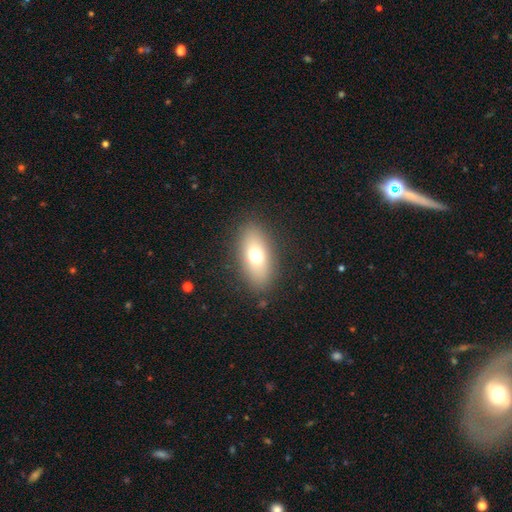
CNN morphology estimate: Smooth or featured?
  - smooth: 70% *
  - featured or disk: 20%
  - star or artifact: 10%
How rounded?
  - in between: 83% *
  - cigar-shaped: 9%
  - round: 8%
Merging?
  - none: 86% *
  - minor disturbance: 9%
  - major disturbance: 4%
  - merger: 1%